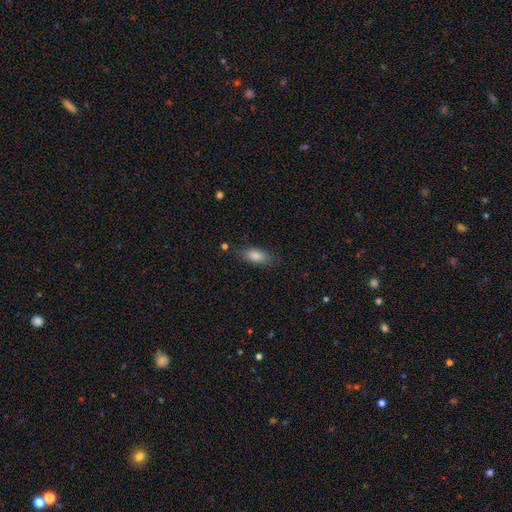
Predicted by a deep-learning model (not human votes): smooth-or-featured: smooth: 84% | featured or disk: 8% | star or artifact: 8%
  how-rounded: in between: 84% | cigar-shaped: 13% | round: 3%
  merging: none: 79% | minor disturbance: 15% | major disturbance: 4% | merger: 2%